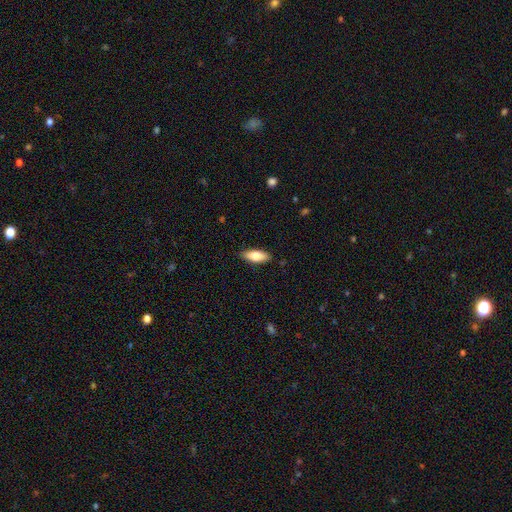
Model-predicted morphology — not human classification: Smooth or featured: smooth — 79% (featured or disk — 15%)
How rounded: in between — 73% (cigar-shaped — 25%)
Merging: none — 86% (minor disturbance — 11%)